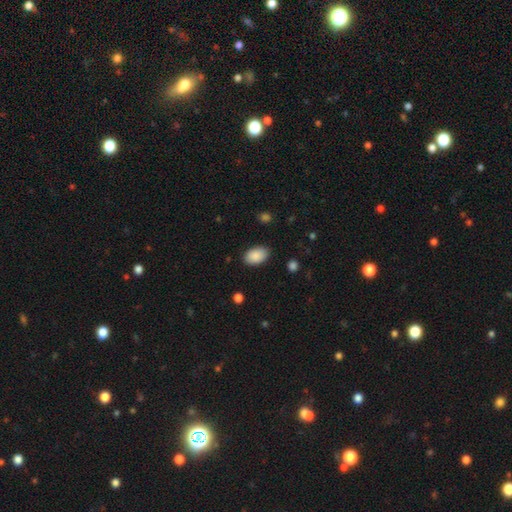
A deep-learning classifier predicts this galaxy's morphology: Q: Smooth or featured?
A: smooth (89%); runner-up: star or artifact (7%)
Q: How rounded?
A: in between (92%); runner-up: round (7%)
Q: Merging?
A: none (86%); runner-up: minor disturbance (10%)